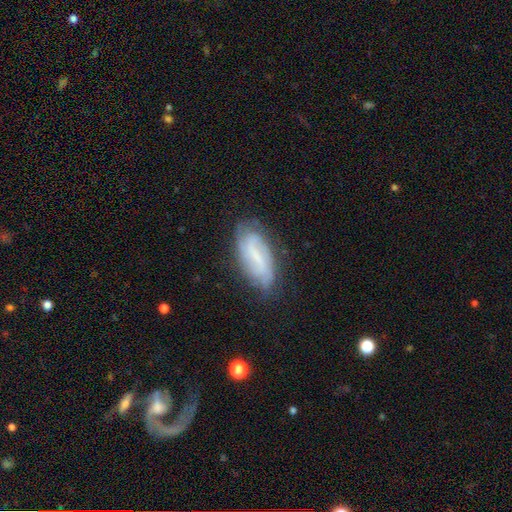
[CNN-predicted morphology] Smooth or featured: featured or disk — 64% (smooth — 27%)
Edge-on disk: no — 91% (yes — 9%)
Bar: weak — 43% (strong — 36%)
Spiral arms: yes — 84% (no — 16%)
Bulge size: small — 44% (none — 38%)
Merging: none — 70% (minor disturbance — 21%)